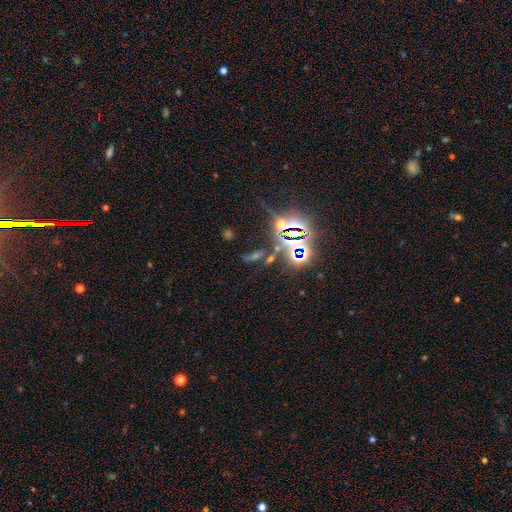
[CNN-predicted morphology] Smooth or featured: star or artifact — 67% (smooth — 19%)